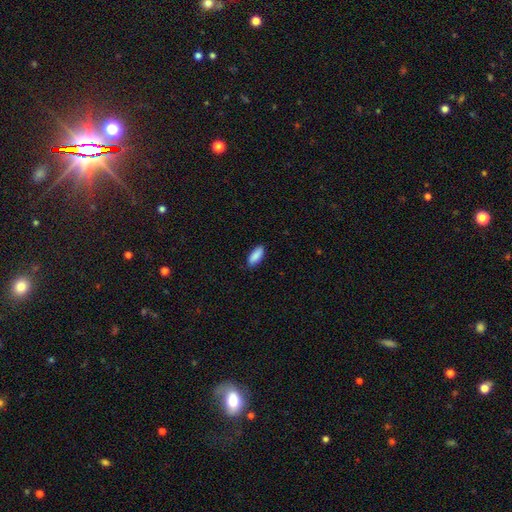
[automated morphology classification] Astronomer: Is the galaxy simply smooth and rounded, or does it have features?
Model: smooth — 89%.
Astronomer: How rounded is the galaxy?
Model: in between — 80%.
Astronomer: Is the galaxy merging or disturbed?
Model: none — 86%.